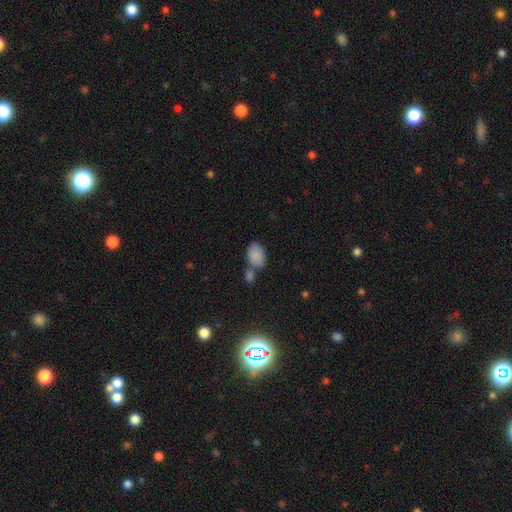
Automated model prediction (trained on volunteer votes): Smooth or featured: smooth — 86% (star or artifact — 8%)
How rounded: in between — 87% (round — 11%)
Merging: none — 45% (merger — 35%)